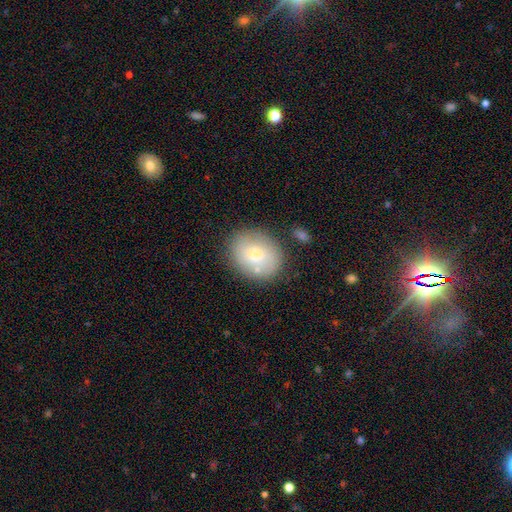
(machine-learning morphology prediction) This appears to be a smooth galaxy with no disk features (70%) that is round (53%). Merging: none (75%).